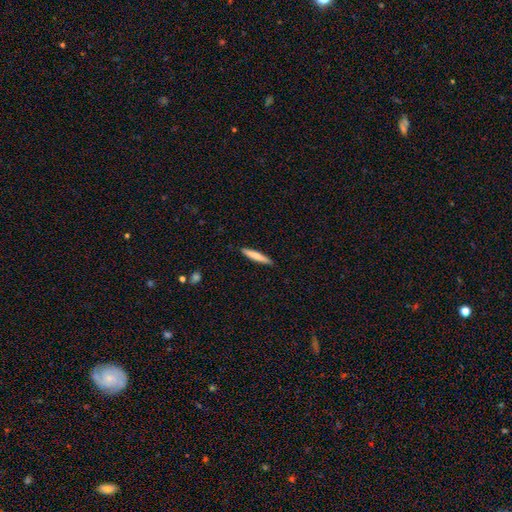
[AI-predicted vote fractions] Smooth or featured?
  - smooth: 73% *
  - featured or disk: 22%
  - star or artifact: 5%
How rounded?
  - cigar-shaped: 92% *
  - in between: 6%
  - round: 1%
Merging?
  - none: 90% *
  - minor disturbance: 7%
  - major disturbance: 2%
  - merger: 1%